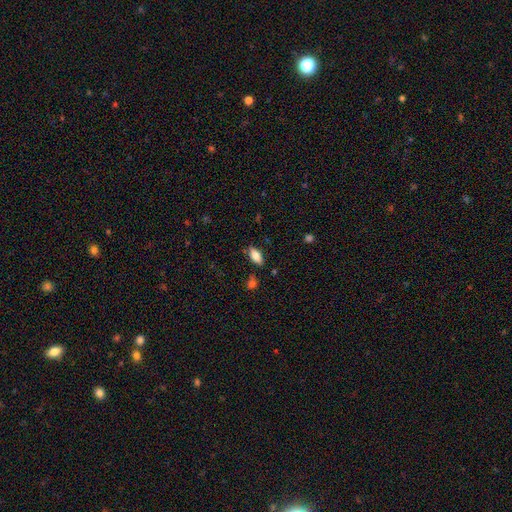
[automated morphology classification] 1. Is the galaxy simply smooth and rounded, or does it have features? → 78% smooth, 15% featured or disk, 8% star or artifact.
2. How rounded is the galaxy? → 86% in between, 11% cigar-shaped, 3% round.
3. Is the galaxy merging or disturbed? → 80% none, 14% minor disturbance, 3% merger, 3% major disturbance.